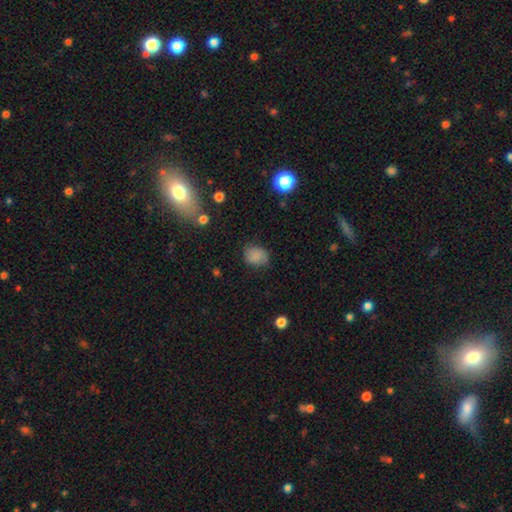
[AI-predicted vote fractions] A smooth galaxy with no disk features (81%) that is in between round and cigar-shaped (53%). Merging: none (72%).